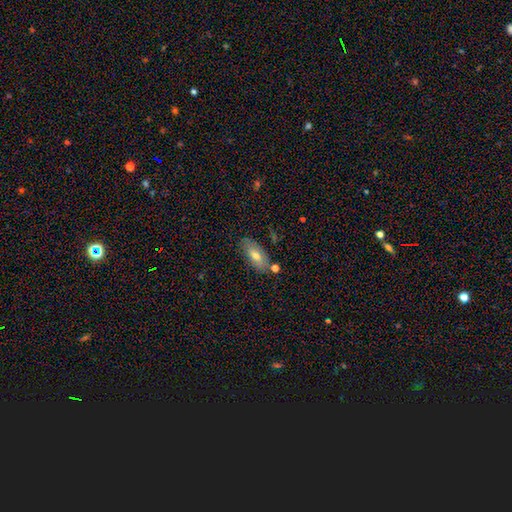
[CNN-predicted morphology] Smooth or featured?
  - smooth: 62% *
  - featured or disk: 29%
  - star or artifact: 9%
How rounded?
  - in between: 83% *
  - cigar-shaped: 13%
  - round: 4%
Merging?
  - none: 77% *
  - minor disturbance: 15%
  - merger: 5%
  - major disturbance: 3%